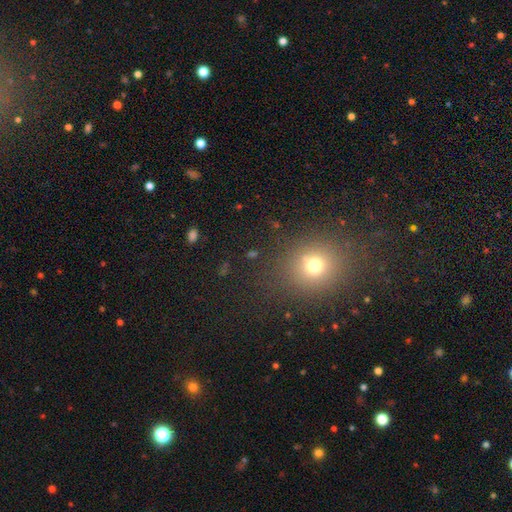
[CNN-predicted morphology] Smooth or featured?
  - smooth: 60% *
  - star or artifact: 33%
  - featured or disk: 7%
How rounded?
  - round: 74% *
  - in between: 25%
  - cigar-shaped: 1%
Merging?
  - none: 88% *
  - minor disturbance: 7%
  - major disturbance: 3%
  - merger: 1%